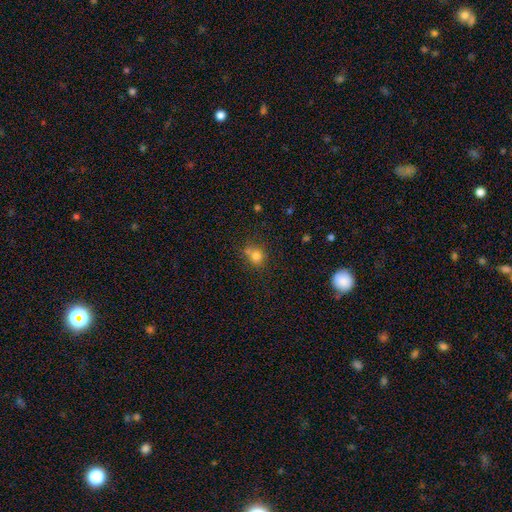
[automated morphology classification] Q: Smooth or featured?
A: smooth (77%); runner-up: star or artifact (14%)
Q: How rounded?
A: round (77%); runner-up: in between (22%)
Q: Merging?
A: none (55%); runner-up: merger (23%)